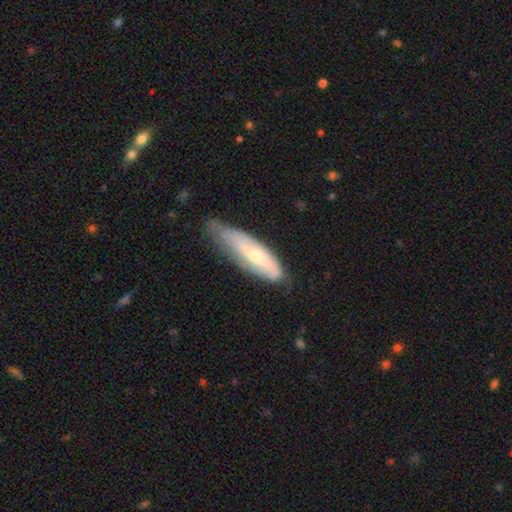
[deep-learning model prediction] Smooth or featured? featured or disk (51%)
Edge-on disk? no (70%)
Merging? none (45%)